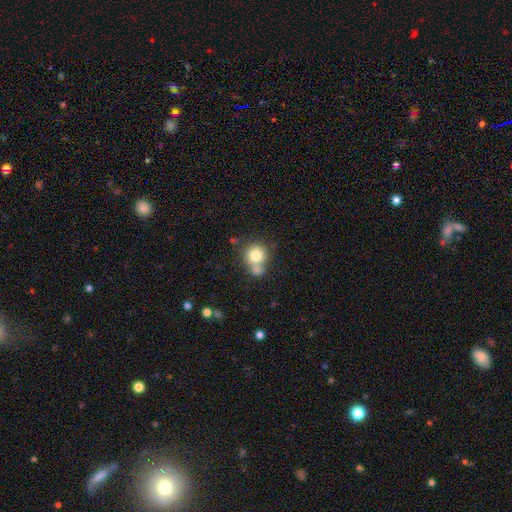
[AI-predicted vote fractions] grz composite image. It shows a smooth galaxy with no disk features (79%) that is round (86%). Merging: none (46%).